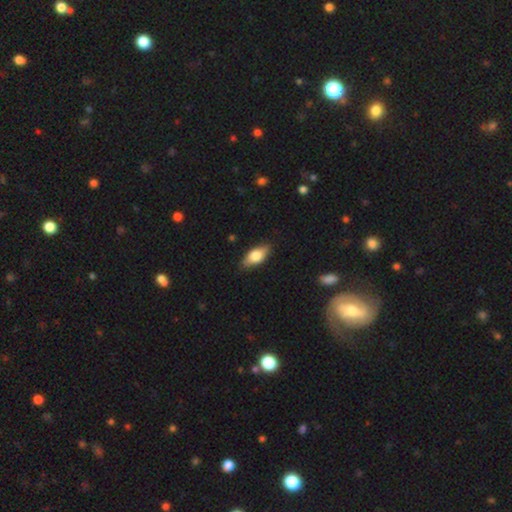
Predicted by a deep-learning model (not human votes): smooth_or_featured: smooth (p=0.71) [alt: featured or disk p=0.23]
how_rounded: in between (p=0.85) [alt: cigar-shaped p=0.11]
merging: none (p=0.85) [alt: minor disturbance p=0.12]